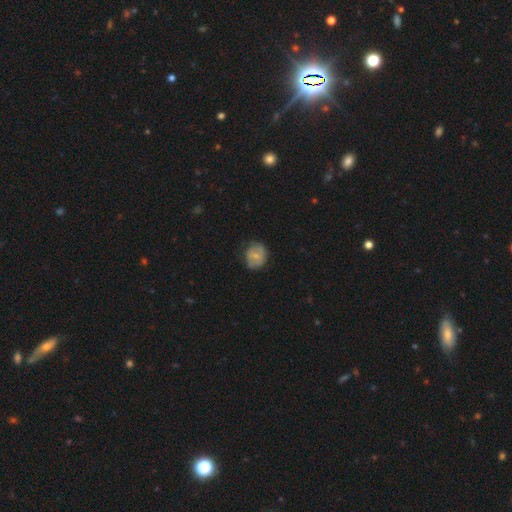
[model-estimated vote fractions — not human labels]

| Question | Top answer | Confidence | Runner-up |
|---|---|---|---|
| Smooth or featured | smooth | 63% | featured or disk (29%) |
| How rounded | round | 72% | in between (27%) |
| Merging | none | 68% | minor disturbance (25%) |